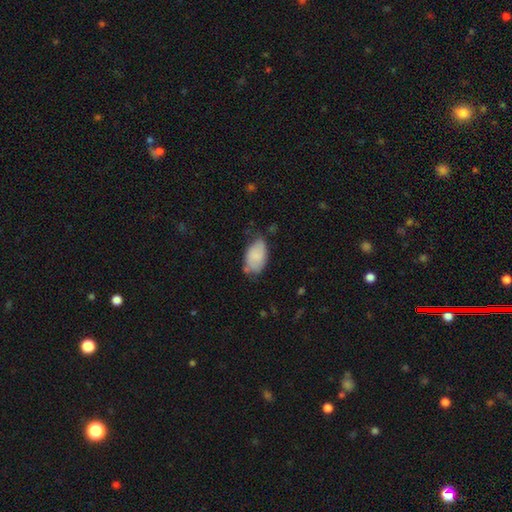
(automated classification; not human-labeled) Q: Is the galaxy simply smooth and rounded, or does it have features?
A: smooth — 80%.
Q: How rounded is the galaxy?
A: in between — 93%.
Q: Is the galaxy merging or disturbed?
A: none — 52%.